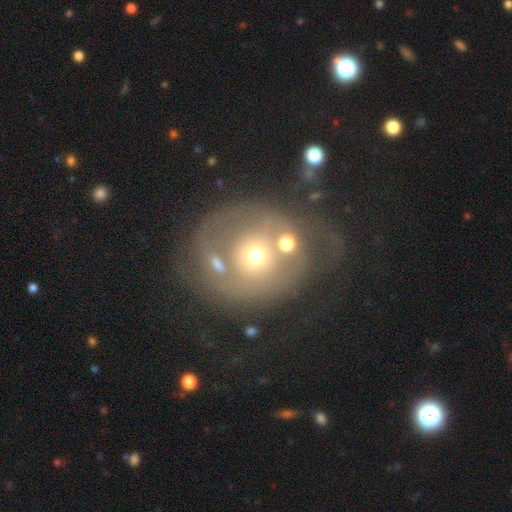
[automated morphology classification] Smooth or featured: featured or disk — 54% (smooth — 35%)
Edge-on disk: no — 96% (yes — 4%)
Bar: no — 88% (weak — 9%)
Spiral arms: no — 61% (yes — 39%)
Bulge size: moderate — 46% (small — 45%)
Merging: none — 46% (major disturbance — 20%)